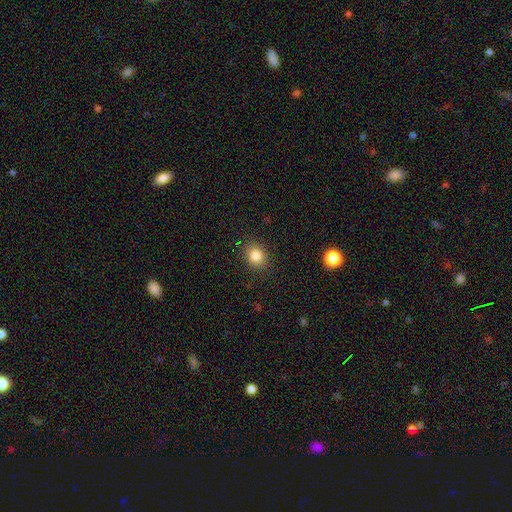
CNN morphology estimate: Overall: smooth (83%). How rounded: round (65%; in between 34%). Merging: none (88%).